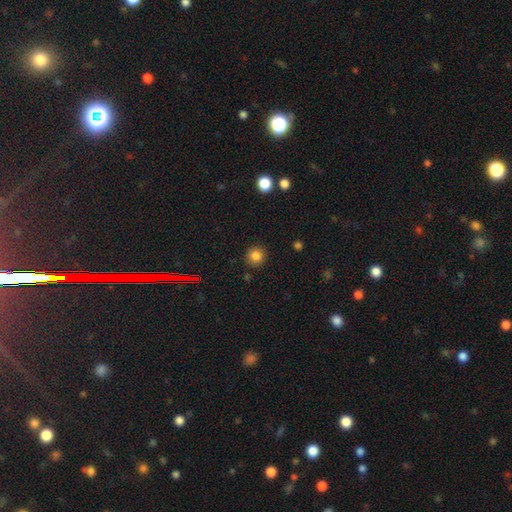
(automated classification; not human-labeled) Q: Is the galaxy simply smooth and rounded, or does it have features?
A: smooth — 83%.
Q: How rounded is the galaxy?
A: round — 91%.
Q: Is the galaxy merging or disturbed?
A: none — 90%.